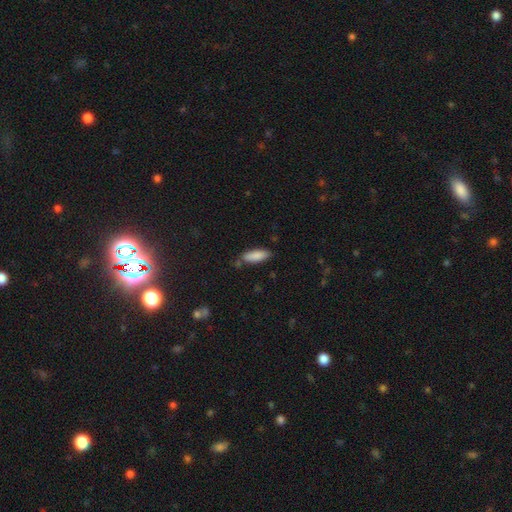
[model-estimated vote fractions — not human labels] This is clearly a smooth galaxy (86%). How rounded: likely in between (62%). Merging: likely none (77%).